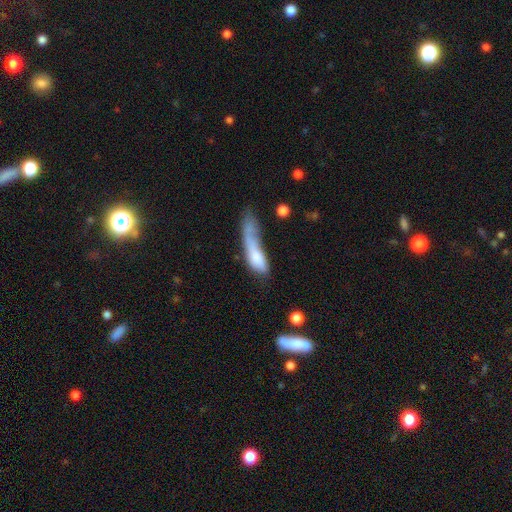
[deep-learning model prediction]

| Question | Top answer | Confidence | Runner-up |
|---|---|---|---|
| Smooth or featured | smooth | 68% | featured or disk (24%) |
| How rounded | cigar-shaped | 55% | in between (42%) |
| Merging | major disturbance | 38% | merger (22%) |